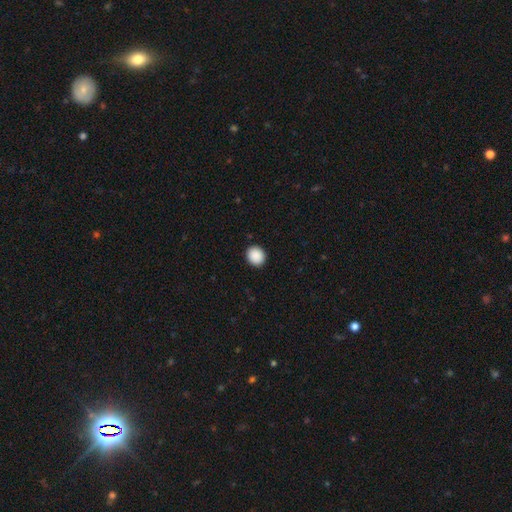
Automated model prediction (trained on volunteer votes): A smooth galaxy with no disk features (90%) that is round (75%). Merging: none (92%).